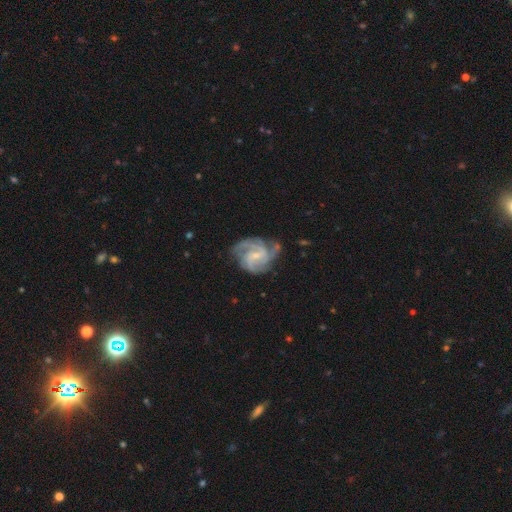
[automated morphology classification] A featured or disk galaxy (89%) with a weak bar (48%), 3 (45%) medium (48%) spiral arms (97%) and a small central bulge (67%). Merging: none (63%).